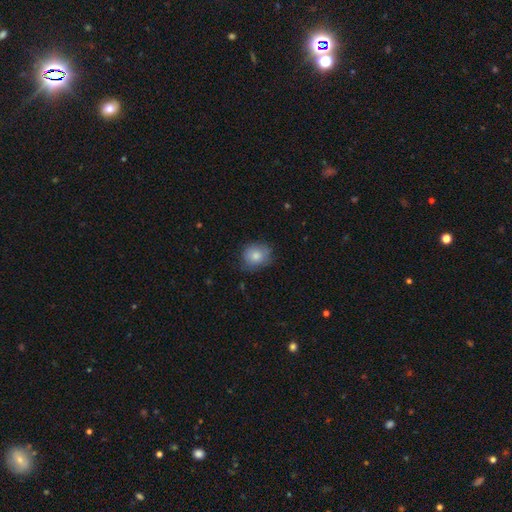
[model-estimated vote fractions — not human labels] Morphology: type=smooth (81%); roundness=round (67%); merging=none (66%).